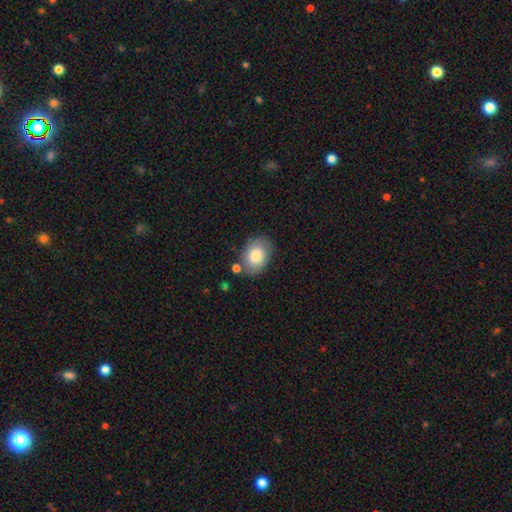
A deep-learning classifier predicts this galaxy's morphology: Smooth or featured? smooth (79%)
How rounded? in between (75%)
Merging? none (74%)